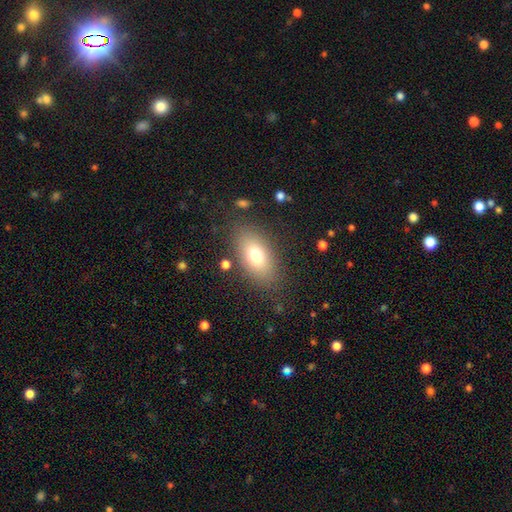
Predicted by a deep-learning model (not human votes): This appears to be a smooth galaxy with no disk features (73%) that is in between round and cigar-shaped (88%). Merging: none (82%).